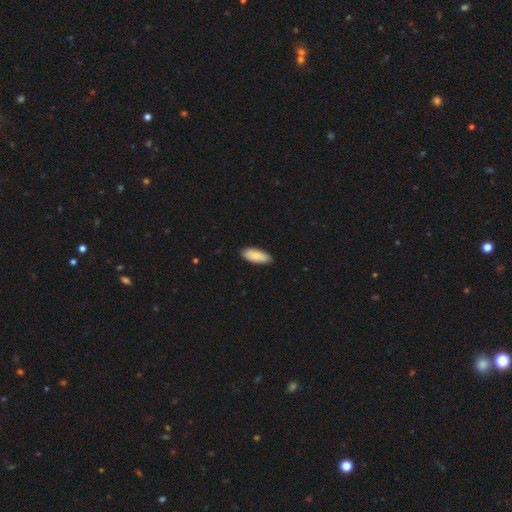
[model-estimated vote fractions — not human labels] smooth 87%, featured or disk 7%, star or artifact 5%. Down the decision tree: how rounded — in between (81%); merging — none (87%).